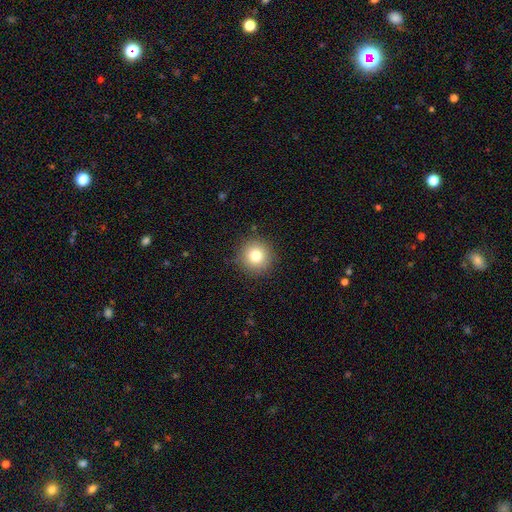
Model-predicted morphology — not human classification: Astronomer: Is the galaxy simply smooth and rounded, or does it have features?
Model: smooth — 79%.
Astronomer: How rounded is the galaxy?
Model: round — 95%.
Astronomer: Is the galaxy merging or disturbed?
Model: none — 89%.